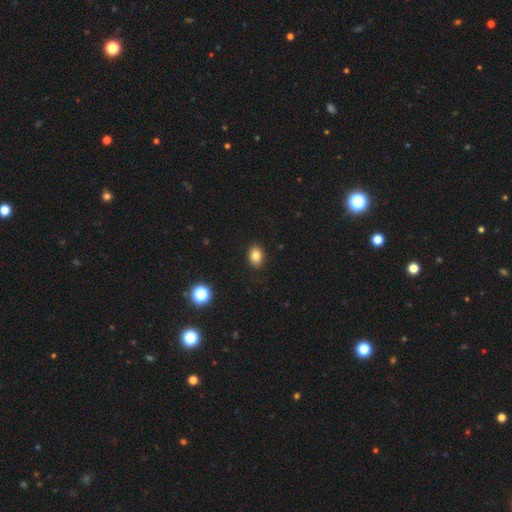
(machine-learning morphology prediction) Smooth or featured? smooth (82%)
How rounded? in between (66%)
Merging? none (89%)